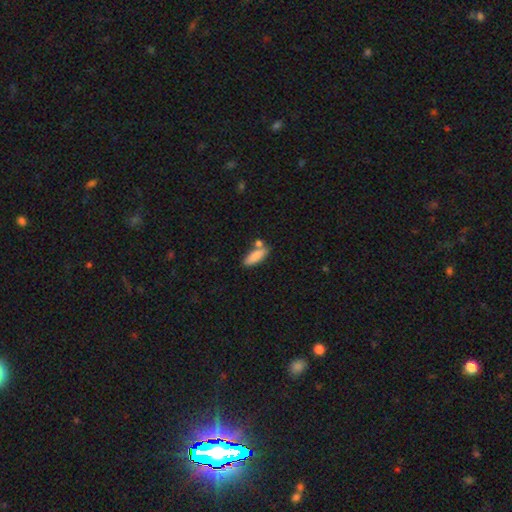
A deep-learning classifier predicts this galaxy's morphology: smooth 84%, featured or disk 9%, star or artifact 7%. Down the decision tree: how rounded — in between (63%); merging — none (64%).